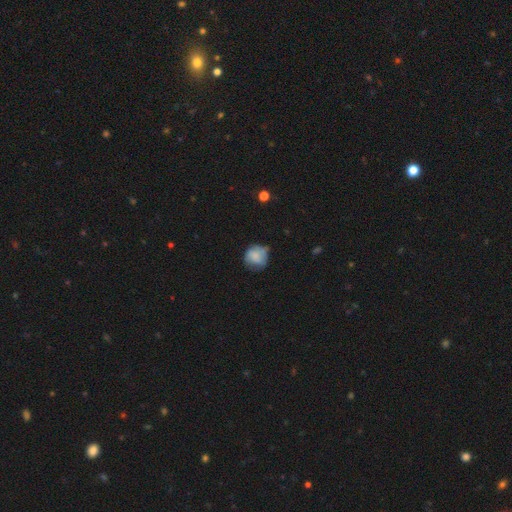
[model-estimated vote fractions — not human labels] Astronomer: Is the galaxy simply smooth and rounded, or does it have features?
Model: smooth — 68%.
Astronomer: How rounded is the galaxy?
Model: round — 82%.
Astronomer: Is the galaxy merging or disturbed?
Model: none — 53% (runner-up: minor disturbance, 33%).